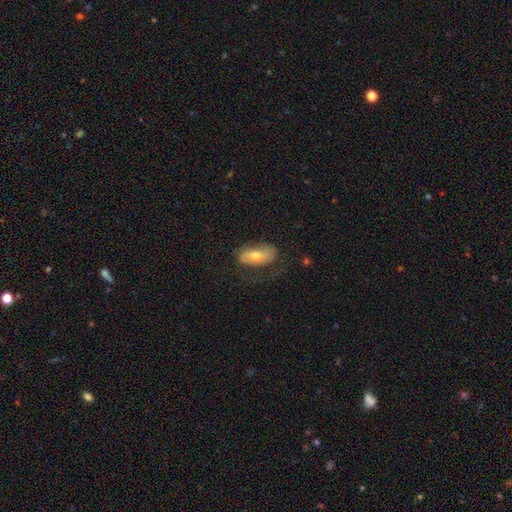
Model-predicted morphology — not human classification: This is possibly a smooth galaxy (59%). How rounded: clearly in between (87%). Merging: likely none (61%).